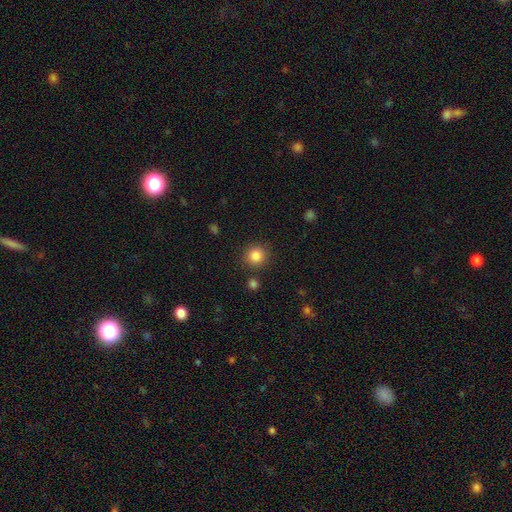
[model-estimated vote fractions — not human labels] This appears to be a smooth galaxy with no disk features (85%) that is round (93%). Merging: none (88%).